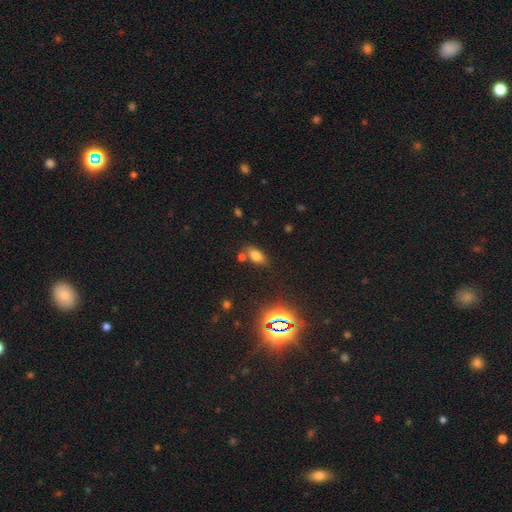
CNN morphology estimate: Overall: smooth (73%). How rounded: in between (86%). Merging: none (71%).